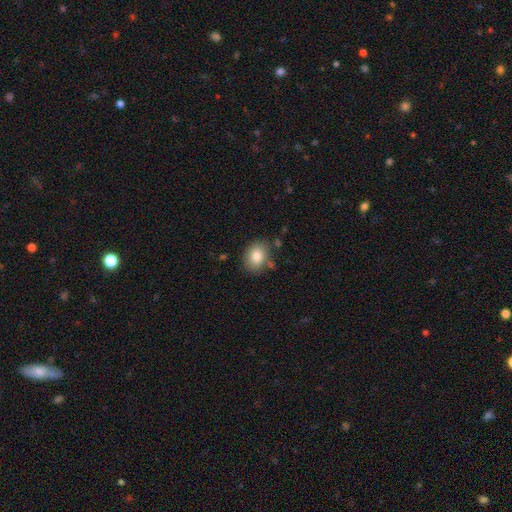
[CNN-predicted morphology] smooth-or-featured: smooth: 83% | featured or disk: 9% | star or artifact: 8%
  how-rounded: in between: 62% | round: 37% | cigar-shaped: 1%
  merging: none: 79% | minor disturbance: 13% | merger: 4% | major disturbance: 3%